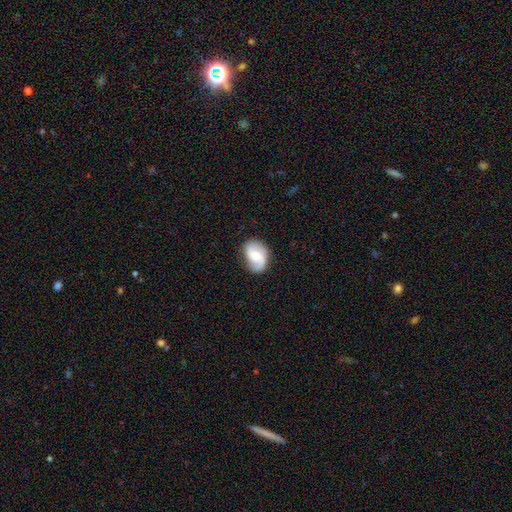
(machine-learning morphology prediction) Overall: featured or disk (57%; smooth 36%). Edge-on disk: no (97%). Bar: no (54%; weak 38%). Spiral arms: yes (91%). Spiral arm count: 2 (75%). Spiral winding: loose (43%; medium 39%). Bulge size: moderate (48%; small 36%). Merging: none (72%).